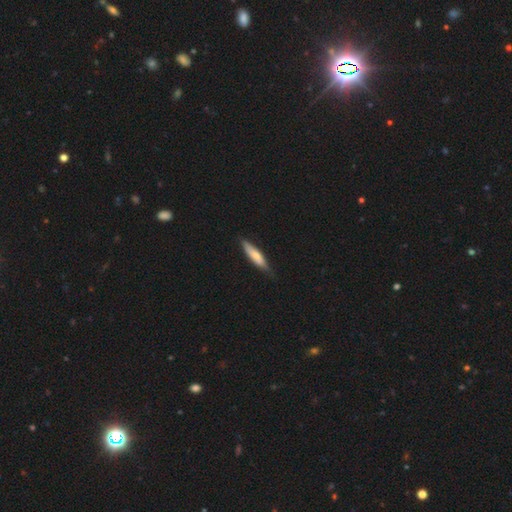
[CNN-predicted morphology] A smooth galaxy with no disk features (66%) that is cigar-shaped (73%).

Vote fractions:
- Smooth or featured? smooth: 66% / featured or disk: 29% / star or artifact: 5%
- How rounded? cigar-shaped: 73% / in between: 25% / round: 2%
- Merging? none: 78% / minor disturbance: 19% / major disturbance: 2% / merger: 1%